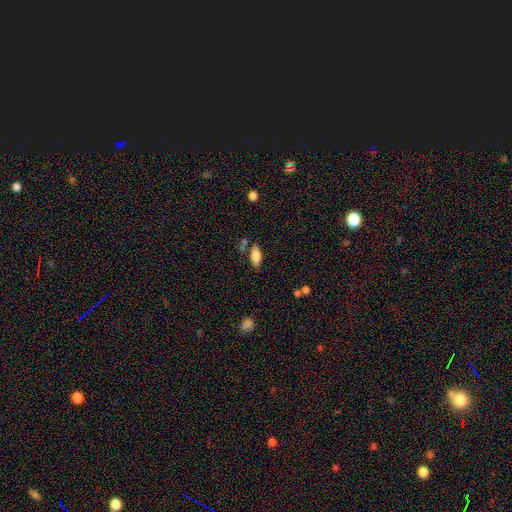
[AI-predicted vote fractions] Smooth or featured?
  - smooth: 80% *
  - featured or disk: 12%
  - star or artifact: 8%
How rounded?
  - in between: 83% *
  - cigar-shaped: 14%
  - round: 2%
Merging?
  - none: 72% *
  - minor disturbance: 15%
  - merger: 9%
  - major disturbance: 4%